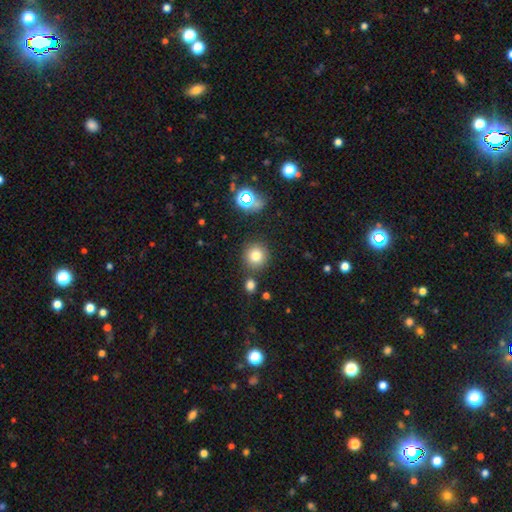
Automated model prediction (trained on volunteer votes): This is likely a smooth galaxy (78%). How rounded: clearly round (92%). Merging: clearly none (81%).